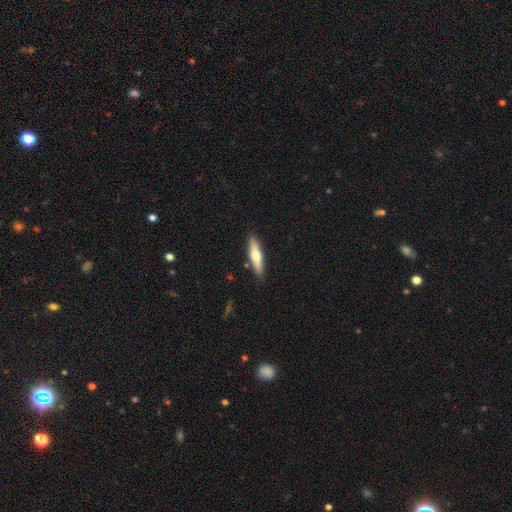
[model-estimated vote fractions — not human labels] This appears to be a smooth galaxy with no disk features (58%) that is cigar-shaped (78%). Merging: none (86%).